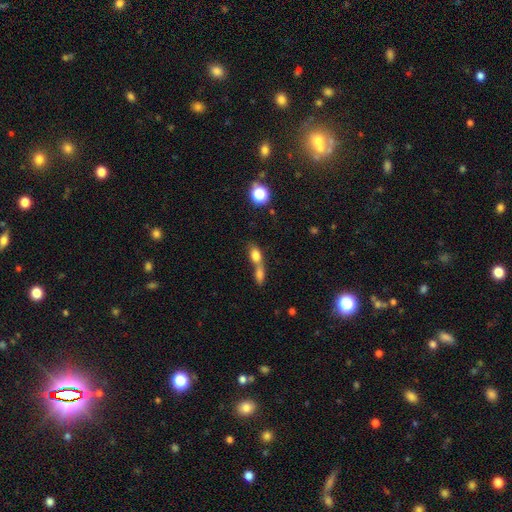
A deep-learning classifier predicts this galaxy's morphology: A smooth galaxy with no disk features (76%) that is in between round and cigar-shaped (72%). Merging: merger (70%).